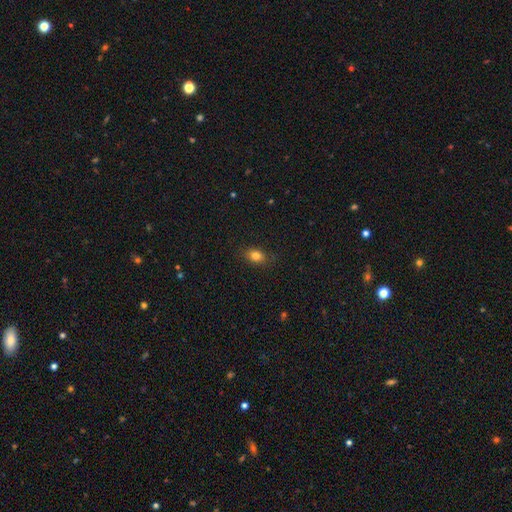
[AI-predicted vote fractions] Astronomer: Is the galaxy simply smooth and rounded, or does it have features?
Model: smooth — 81%.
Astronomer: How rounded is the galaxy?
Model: in between — 70%.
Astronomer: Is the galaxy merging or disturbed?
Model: none — 84%.